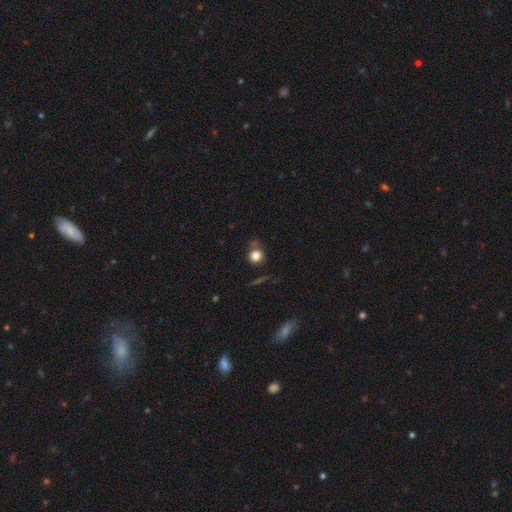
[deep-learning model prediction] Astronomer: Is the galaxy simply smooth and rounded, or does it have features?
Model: smooth — 79%.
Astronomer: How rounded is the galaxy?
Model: round — 85%.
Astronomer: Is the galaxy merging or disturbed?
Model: none — 64%.